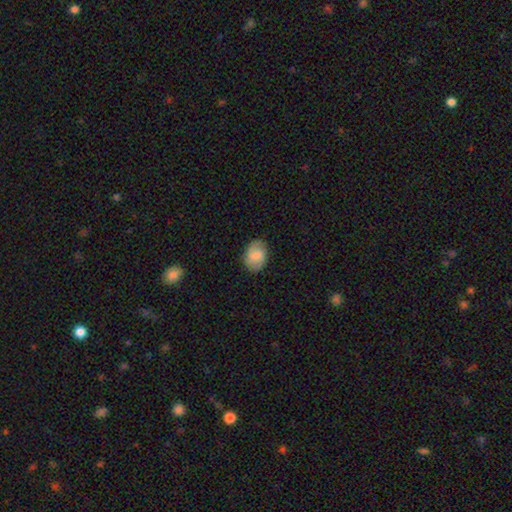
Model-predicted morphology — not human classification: type=smooth (58%); roundness=in between (71%); merging=none (80%).